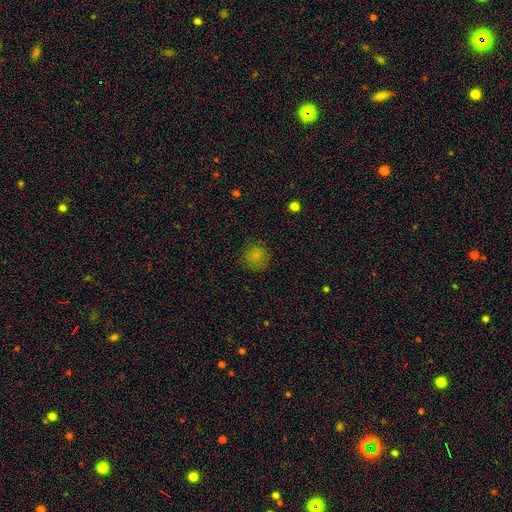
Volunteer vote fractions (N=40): smooth 85%, star or artifact 10%, featured or disk 5%. Down the decision tree: how rounded — round (100%); merging — none (81%).